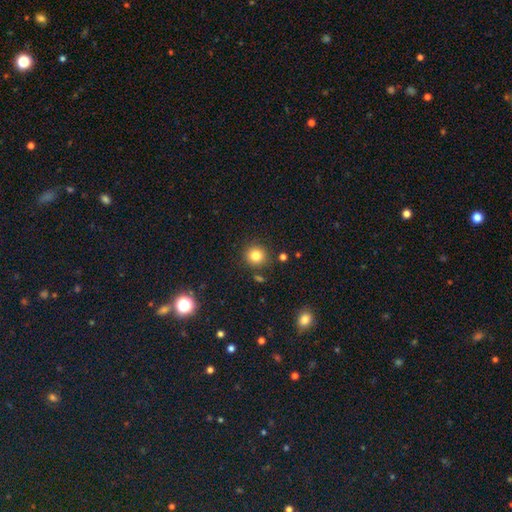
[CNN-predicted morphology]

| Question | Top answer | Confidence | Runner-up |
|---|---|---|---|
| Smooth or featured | smooth | 82% | star or artifact (12%) |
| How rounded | round | 90% | in between (9%) |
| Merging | none | 85% | minor disturbance (8%) |